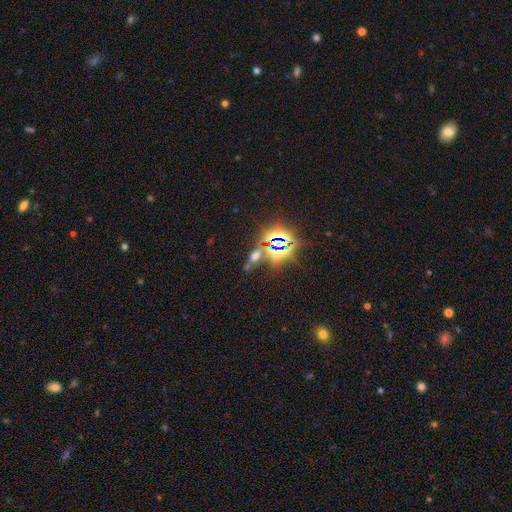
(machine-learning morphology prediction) smooth_or_featured: star or artifact (p=0.52) [alt: smooth p=0.34]